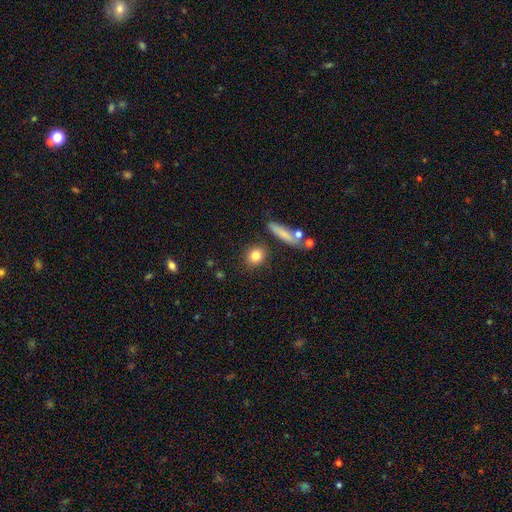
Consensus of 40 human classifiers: A smooth galaxy with no disk features (80%) that is round (75%). Merging: none (81%).